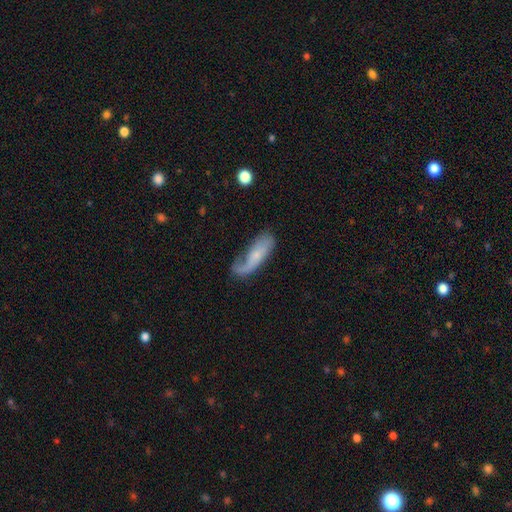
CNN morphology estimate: smooth-or-featured: featured or disk: 50% | smooth: 43% | star or artifact: 7%
  merging: none: 42% | minor disturbance: 29% | major disturbance: 25% | merger: 4%